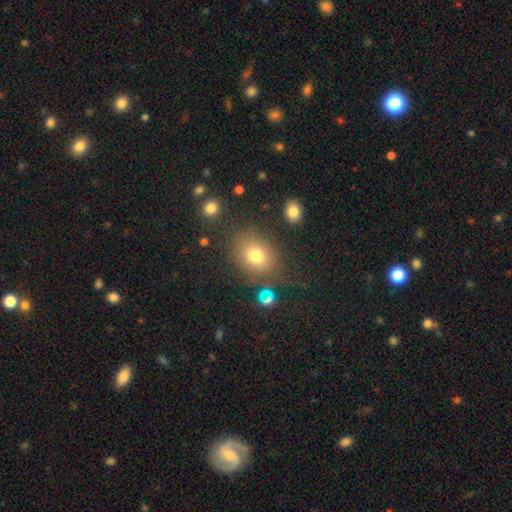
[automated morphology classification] Smooth or featured? smooth (75%)
How rounded? round (50%)
Merging? none (77%)